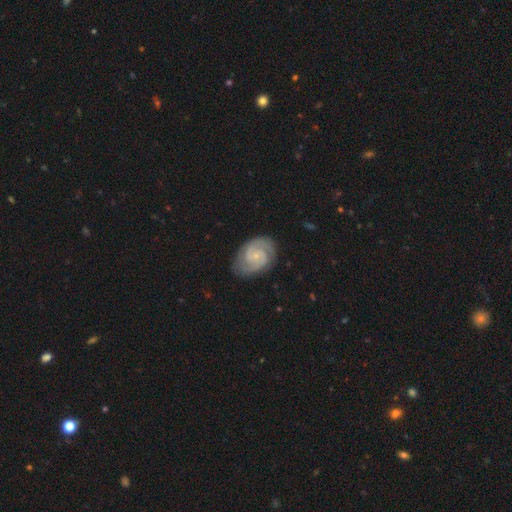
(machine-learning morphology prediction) Overall: featured or disk (86%). Edge-on disk: no (98%). Bar: no (63%; weak 32%). Spiral arms: yes (97%). Spiral arm count: 2 (82%). Spiral winding: tight (53%; medium 40%). Bulge size: small (77%). Merging: none (79%).